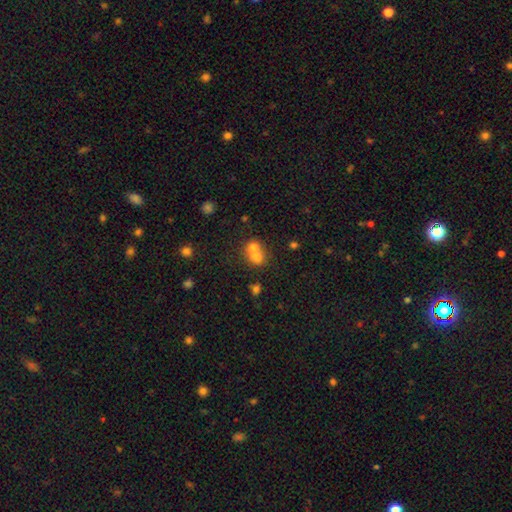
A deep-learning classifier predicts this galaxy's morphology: Overall: smooth (70%). How rounded: round (68%; in between 32%). Merging: merger (67%).